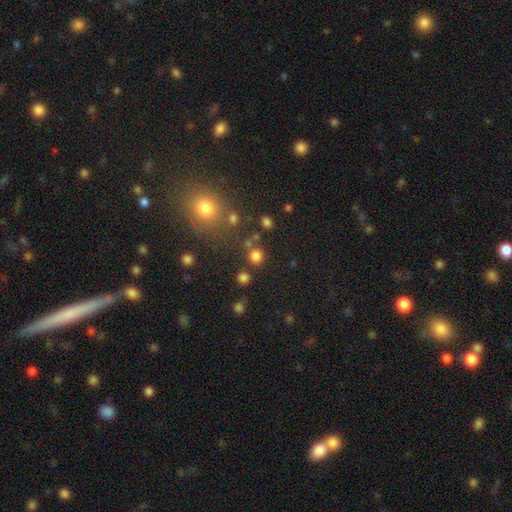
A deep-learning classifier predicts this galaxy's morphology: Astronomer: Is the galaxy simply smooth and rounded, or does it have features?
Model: smooth — 78%.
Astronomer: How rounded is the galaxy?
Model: round — 90%.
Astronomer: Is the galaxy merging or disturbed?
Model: none — 79%.